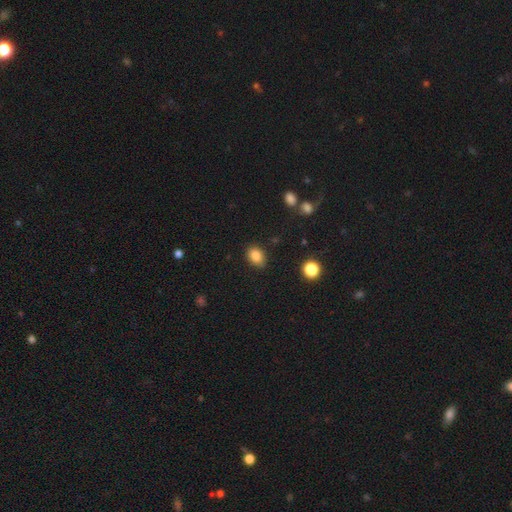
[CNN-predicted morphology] The model was most divided on "how rounded": in between: 70%, round: 29%, cigar-shaped: 1%. More confident: smooth or featured — smooth (85%); merging — none (83%).